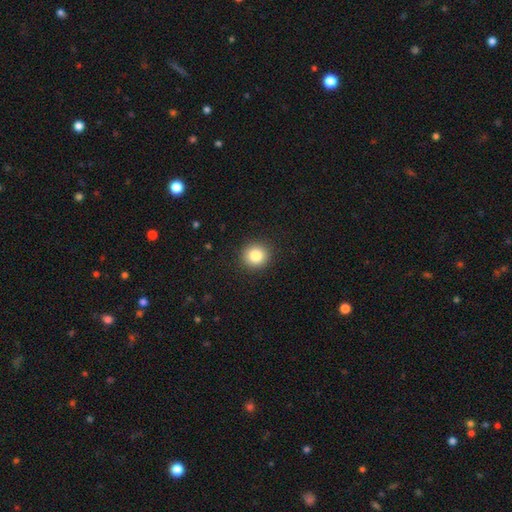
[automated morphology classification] This appears to be a smooth galaxy with no disk features (85%) that is round (91%). Merging: none (92%).